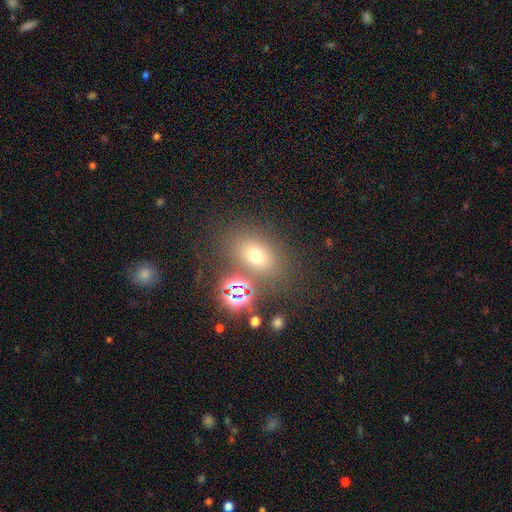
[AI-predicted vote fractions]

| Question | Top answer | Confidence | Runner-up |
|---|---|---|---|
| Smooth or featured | smooth | 62% | star or artifact (24%) |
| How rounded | in between | 67% | round (31%) |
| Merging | none | 73% | minor disturbance (11%) |